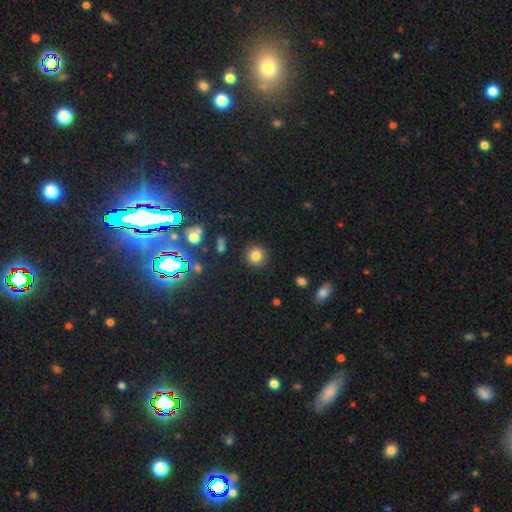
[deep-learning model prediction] Smooth or featured: smooth — 79% (star or artifact — 14%)
How rounded: round — 89% (in between — 10%)
Merging: none — 88% (minor disturbance — 7%)